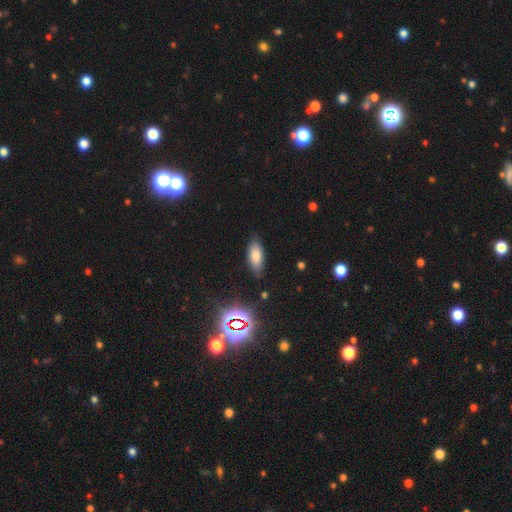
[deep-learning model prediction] Smooth or featured: smooth — 75% (star or artifact — 13%)
How rounded: in between — 83% (cigar-shaped — 15%)
Merging: none — 83% (minor disturbance — 13%)